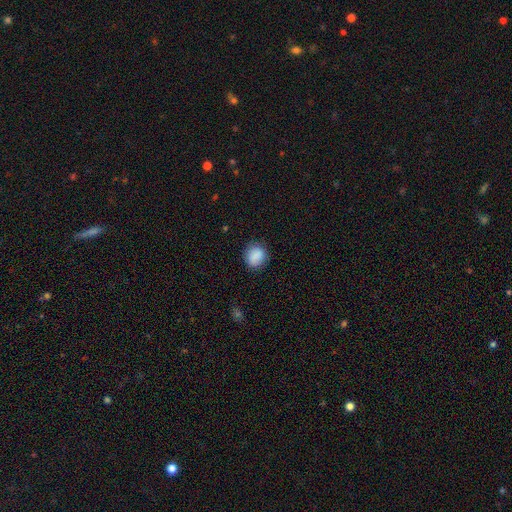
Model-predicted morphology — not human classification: A smooth galaxy with no disk features (87%) that is round (70%).

Vote fractions:
- Smooth or featured? smooth: 87% / star or artifact: 8% / featured or disk: 5%
- How rounded? round: 70% / in between: 29% / cigar-shaped: 1%
- Merging? none: 80% / minor disturbance: 14% / major disturbance: 4% / merger: 1%